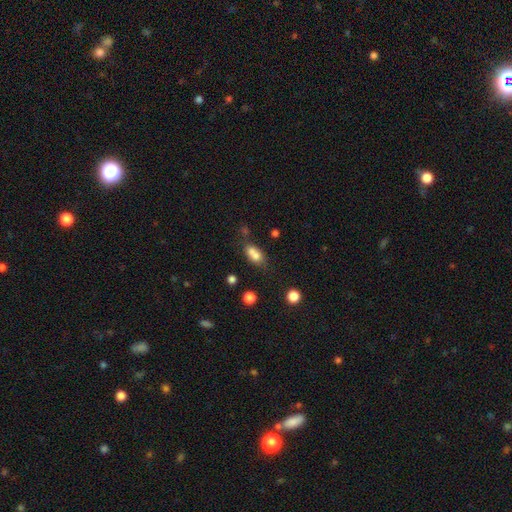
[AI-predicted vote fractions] The model was most divided on "merging": merger: 40%, none: 38%, minor disturbance: 16%, major disturbance: 7%. More confident: how rounded — in between (75%); smooth or featured — smooth (73%).